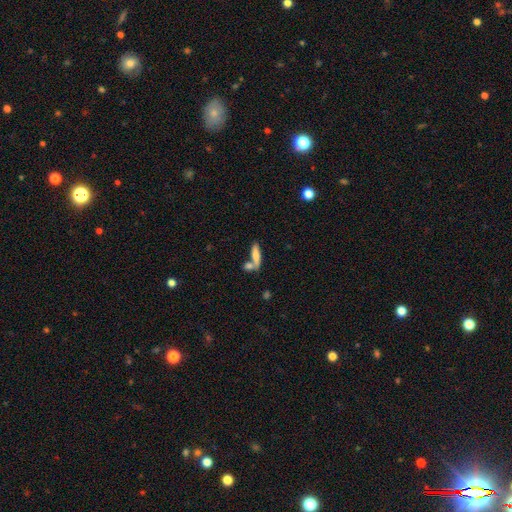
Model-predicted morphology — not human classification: This appears to be a smooth galaxy with no disk features (68%) that is cigar-shaped (66%). Merging: none (45%).